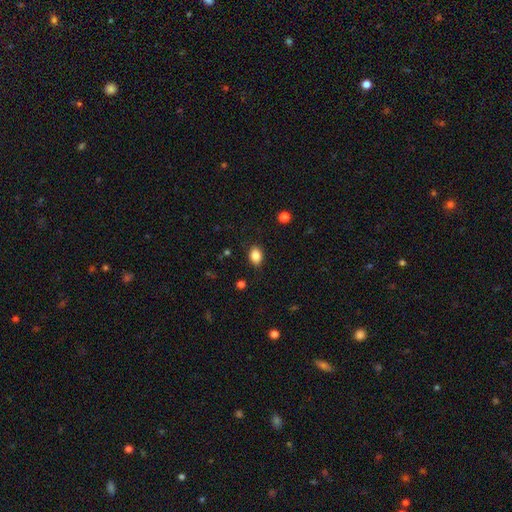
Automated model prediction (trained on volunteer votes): Smooth or featured? smooth (86%)
How rounded? in between (76%)
Merging? none (86%)